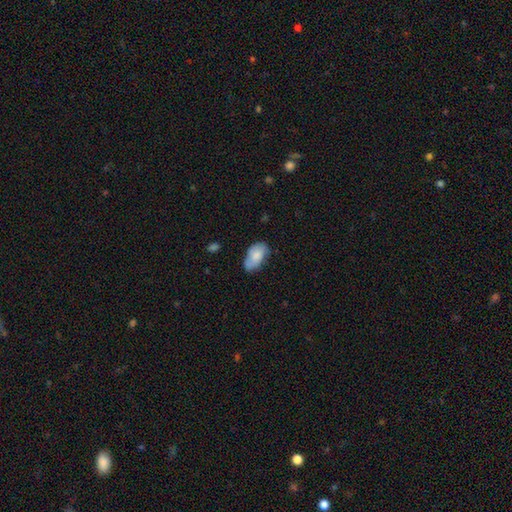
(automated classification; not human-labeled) This is likely a smooth galaxy (76%). How rounded: clearly in between (94%). Merging: possibly none (56%).